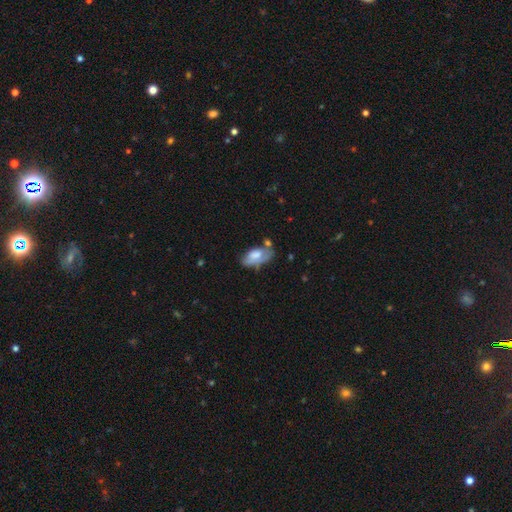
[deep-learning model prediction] Q: Smooth or featured?
A: smooth (62%); runner-up: featured or disk (31%)
Q: How rounded?
A: in between (91%); runner-up: cigar-shaped (6%)
Q: Merging?
A: none (43%); runner-up: minor disturbance (32%)